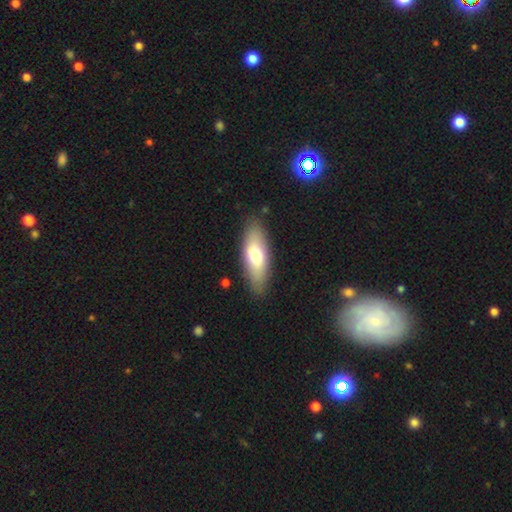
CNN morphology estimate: The model was most divided on "smooth or featured": smooth: 67%, featured or disk: 27%, star or artifact: 6%. More confident: merging — none (85%); how rounded — in between (71%).